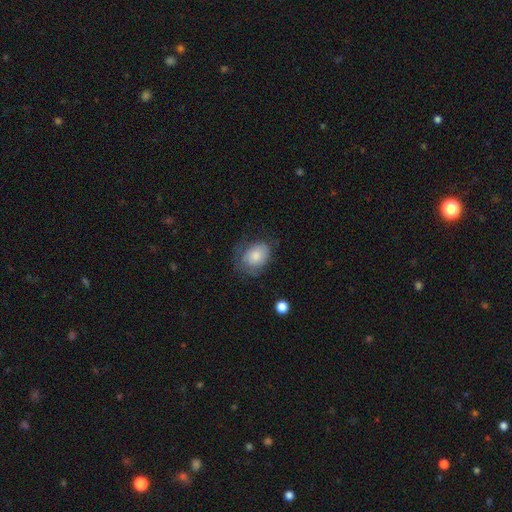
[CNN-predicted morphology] smooth 73%, featured or disk 20%, star or artifact 7%. Down the decision tree: how rounded — in between (65%); merging — none (49%).